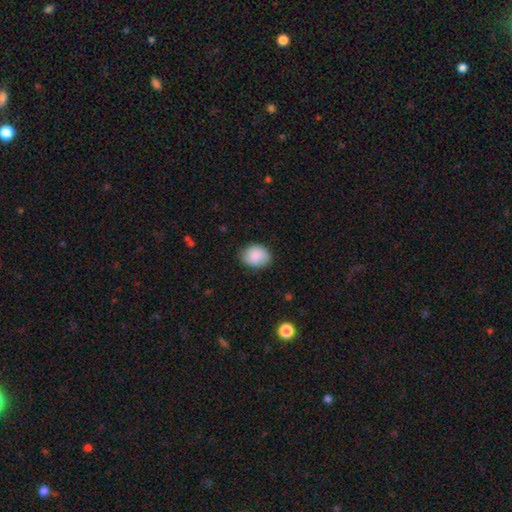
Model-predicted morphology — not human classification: A smooth galaxy with no disk features (87%) that is in between round and cigar-shaped (53%).

Vote fractions:
- Smooth or featured? smooth: 87% / star or artifact: 7% / featured or disk: 7%
- How rounded? in between: 53% / round: 46% / cigar-shaped: 1%
- Merging? none: 80% / minor disturbance: 16% / major disturbance: 3% / merger: 1%